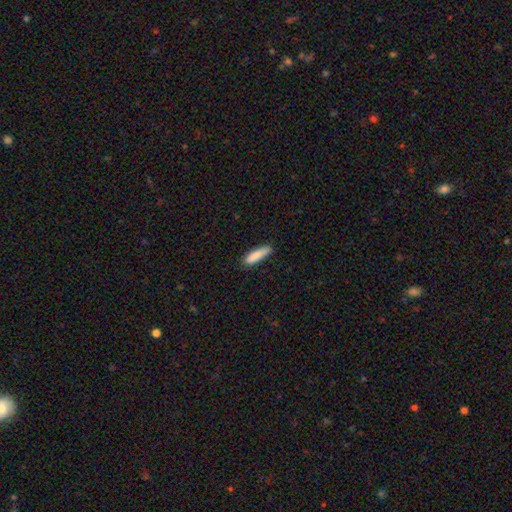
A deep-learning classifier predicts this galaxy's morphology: The model was most divided on "how rounded": cigar-shaped: 72%, in between: 27%, round: 1%. More confident: smooth or featured — smooth (87%); merging — none (82%).